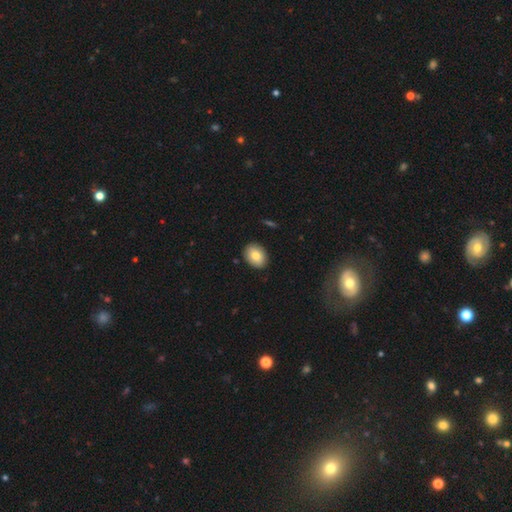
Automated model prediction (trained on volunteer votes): Smooth or featured: smooth — 81% (featured or disk — 12%)
How rounded: in between — 68% (round — 30%)
Merging: none — 88% (minor disturbance — 8%)